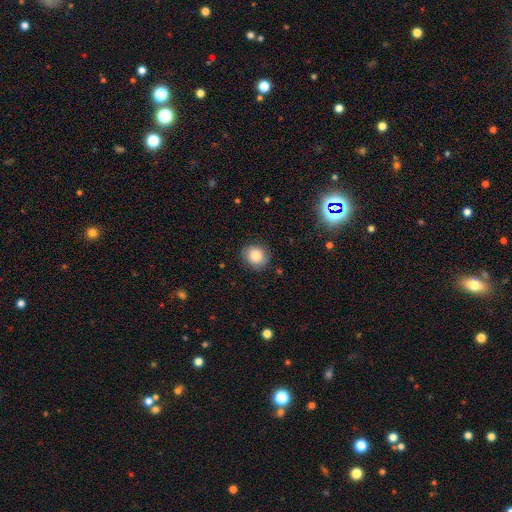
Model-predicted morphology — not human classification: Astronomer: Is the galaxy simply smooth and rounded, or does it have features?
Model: smooth — 82%.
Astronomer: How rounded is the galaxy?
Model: round — 81%.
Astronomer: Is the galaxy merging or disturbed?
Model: none — 82%.